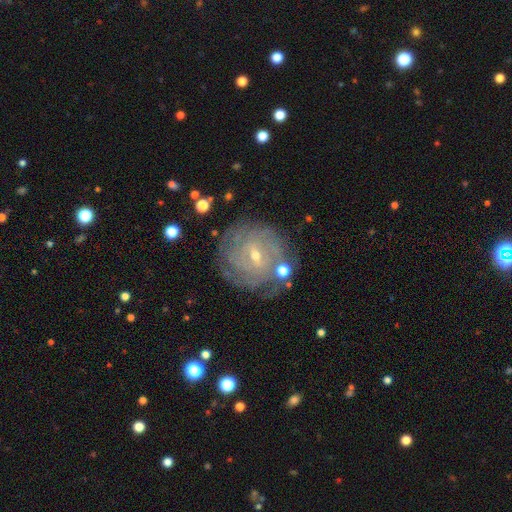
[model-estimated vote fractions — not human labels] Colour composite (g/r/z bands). It shows a featured or disk galaxy (83%) with a weak bar (59%), tight (77%) spiral arms (92%) and a small central bulge (66%). Merging: none (76%).